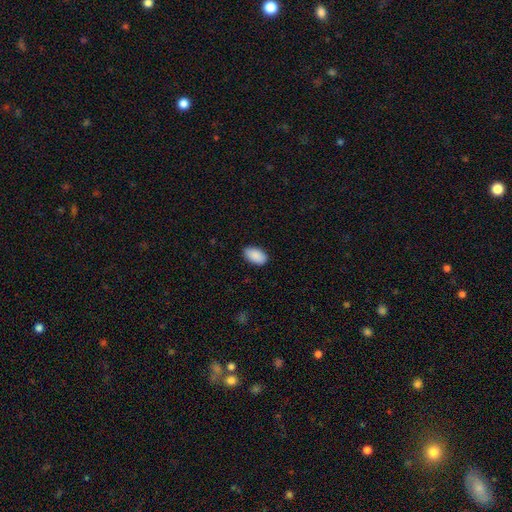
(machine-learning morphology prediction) Overall: smooth (91%). How rounded: in between (95%). Merging: none (87%).